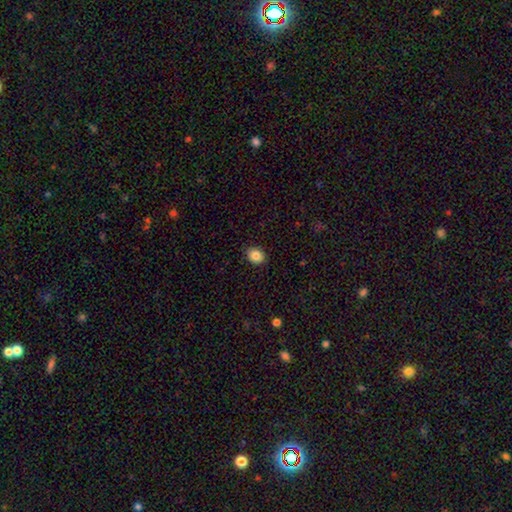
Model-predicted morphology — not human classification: The model was most divided on "how rounded": round: 57%, in between: 43%, cigar-shaped: 1%. More confident: merging — none (90%); smooth or featured — smooth (86%).